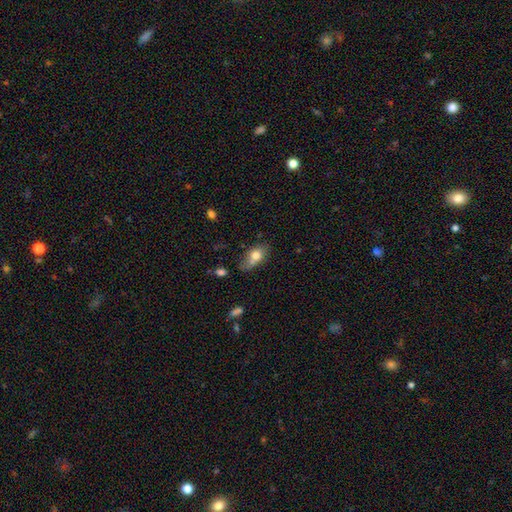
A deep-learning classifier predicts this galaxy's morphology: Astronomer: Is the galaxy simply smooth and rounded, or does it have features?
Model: smooth — 74%.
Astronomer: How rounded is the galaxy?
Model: in between — 76%.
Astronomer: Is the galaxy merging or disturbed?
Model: none — 43% (runner-up: minor disturbance, 27%).